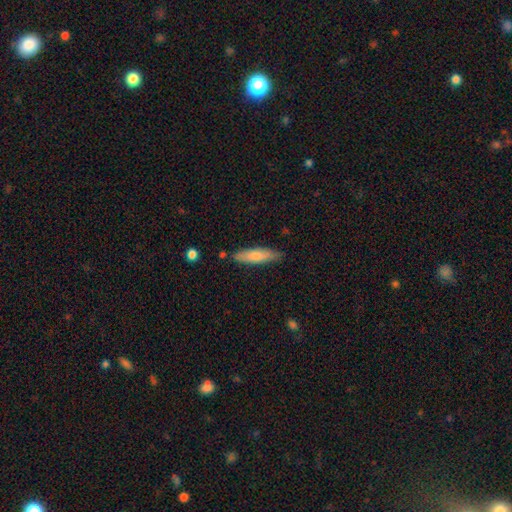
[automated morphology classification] A smooth galaxy with no disk features (73%) that is cigar-shaped (68%).

Vote fractions:
- Smooth or featured? smooth: 73% / featured or disk: 21% / star or artifact: 6%
- How rounded? cigar-shaped: 68% / in between: 31% / round: 2%
- Merging? none: 80% / minor disturbance: 14% / merger: 3% / major disturbance: 2%